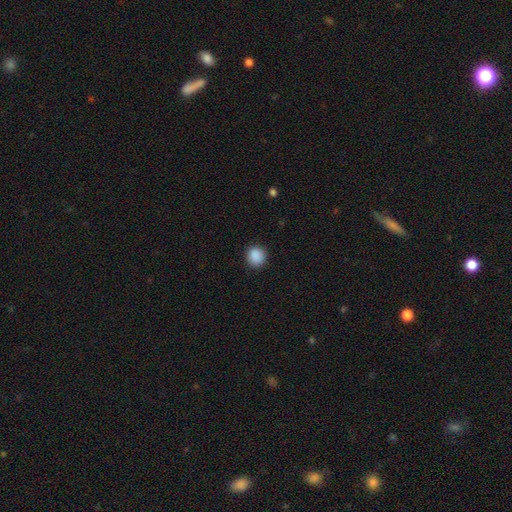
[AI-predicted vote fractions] smooth-or-featured: smooth: 89% | star or artifact: 9% | featured or disk: 2%
  how-rounded: round: 87% | in between: 12% | cigar-shaped: 1%
  merging: none: 91% | minor disturbance: 6% | major disturbance: 2% | merger: 1%